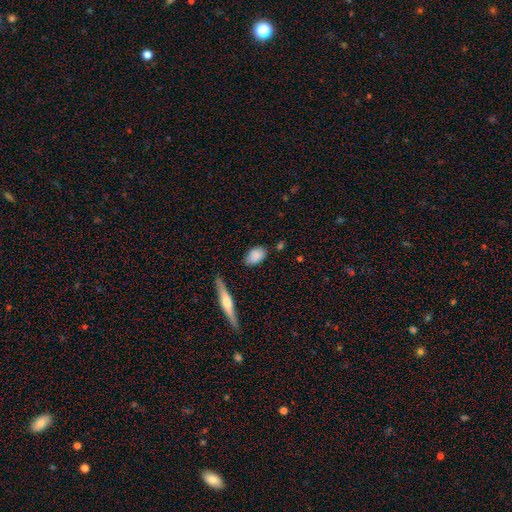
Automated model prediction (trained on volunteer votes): A smooth galaxy with no disk features (83%) that is in between round and cigar-shaped (84%). Merging: none (75%).